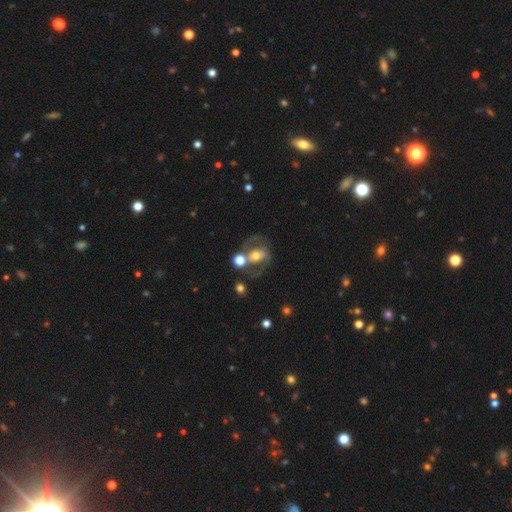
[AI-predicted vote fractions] smooth_or_featured: featured or disk (p=0.70) [alt: smooth p=0.22]
disk_edge_on: no (p=0.96) [alt: yes p=0.04]
bar: no (p=0.45) [alt: weak p=0.31]
has_spiral_arms: yes (p=0.71) [alt: no p=0.29]
bulge_size: moderate (p=0.63) [alt: small p=0.19]
merging: none (p=0.57) [alt: merger p=0.17]